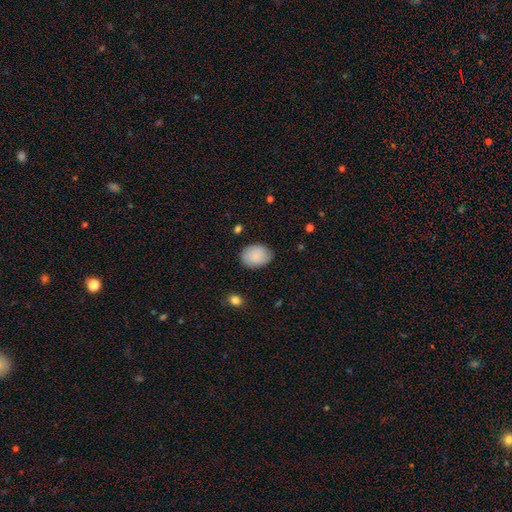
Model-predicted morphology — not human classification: This is clearly a smooth galaxy (82%). How rounded: likely in between (72%). Merging: likely none (79%).